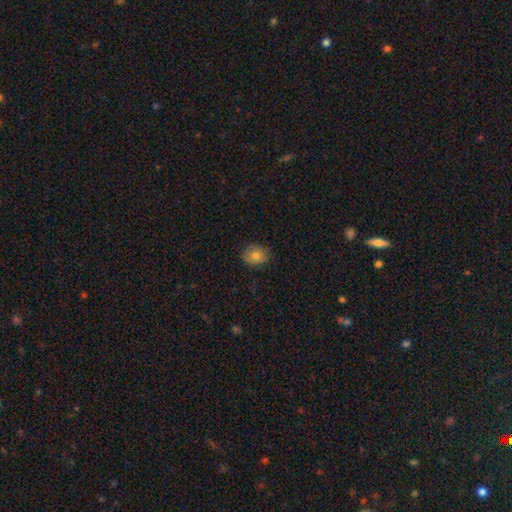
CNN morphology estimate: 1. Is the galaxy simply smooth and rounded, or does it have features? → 78% smooth, 12% featured or disk, 10% star or artifact.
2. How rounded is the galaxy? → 53% round, 46% in between, 1% cigar-shaped.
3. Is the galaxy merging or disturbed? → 81% none, 15% minor disturbance, 3% major disturbance, 1% merger.